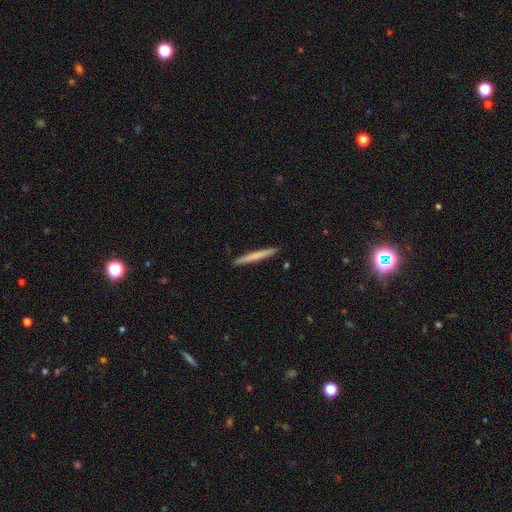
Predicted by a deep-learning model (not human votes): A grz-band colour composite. It shows a smooth galaxy with no disk features (65%) that is cigar-shaped (97%). Merging: none (92%).